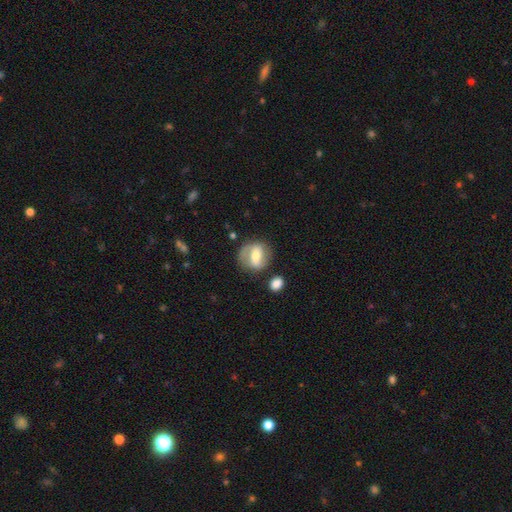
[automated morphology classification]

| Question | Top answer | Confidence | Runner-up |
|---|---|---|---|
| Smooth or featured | featured or disk | 53% | smooth (40%) |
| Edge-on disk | no | 93% | yes (7%) |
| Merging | none | 69% | minor disturbance (18%) |